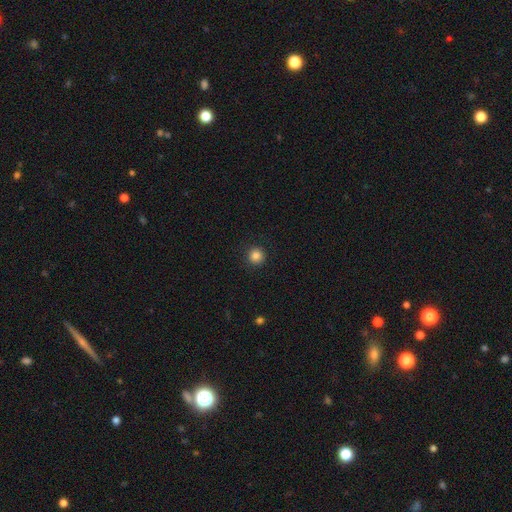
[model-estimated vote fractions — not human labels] The model was most divided on "smooth or featured": smooth: 84%, star or artifact: 12%, featured or disk: 4%. More confident: how rounded — round (96%); merging — none (92%).